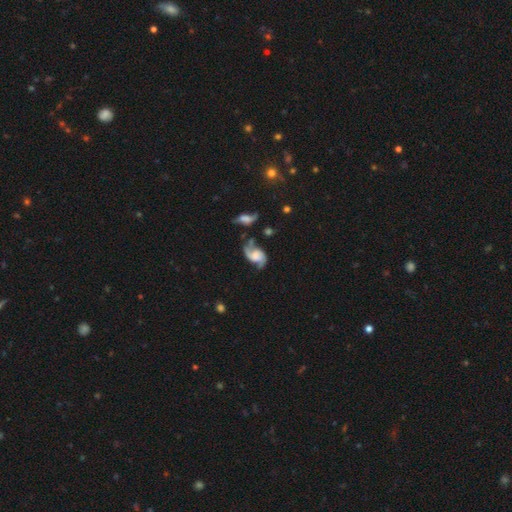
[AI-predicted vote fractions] smooth-or-featured: featured or disk: 81% | smooth: 12% | star or artifact: 7%
  disk-edge-on: no: 97% | yes: 3%
    bar: no: 59% | weak: 33% | strong: 8%
    has-spiral-arms: yes: 95% | no: 5%
      spiral-winding: loose: 51% | medium: 37% | tight: 12%
      spiral-arm-count: 2: 90% | can't tell: 3% | 1: 3% | 3: 2% | 4: 1% | more than 4: 1%
    bulge-size: none: 35% | large: 23% | moderate: 20% | small: 17% | dominant: 4%
  merging: none: 52% | minor disturbance: 21% | major disturbance: 15% | merger: 12%